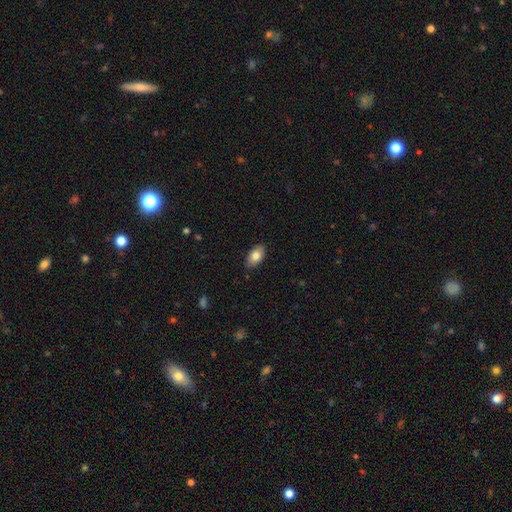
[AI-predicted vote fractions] This appears to be a smooth galaxy with no disk features (81%) that is in between round and cigar-shaped (93%). Merging: none (86%).